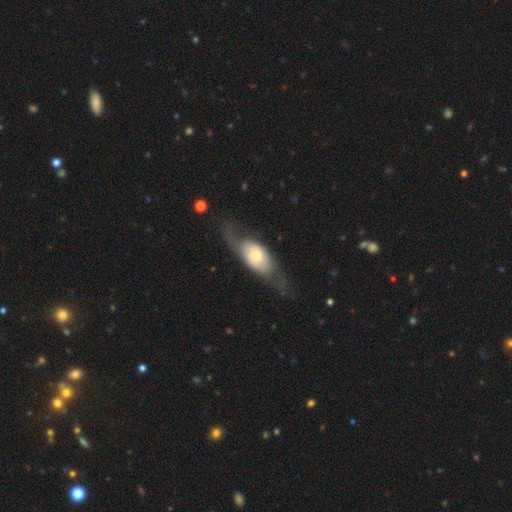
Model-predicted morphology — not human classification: type=featured or disk (53%); edge-on=no (67%); merging=none (54%).